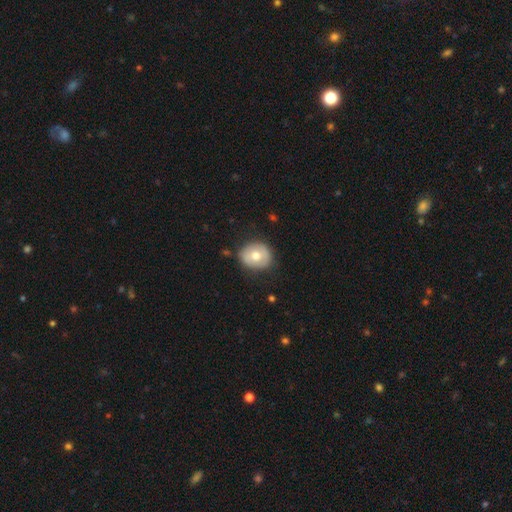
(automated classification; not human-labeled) Smooth or featured: smooth — 64% (featured or disk — 29%)
How rounded: round — 76% (in between — 23%)
Merging: none — 80% (minor disturbance — 15%)